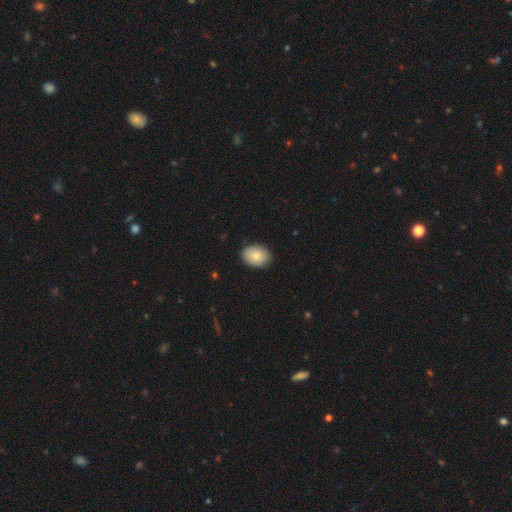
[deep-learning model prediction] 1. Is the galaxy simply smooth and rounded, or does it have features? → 84% smooth, 9% featured or disk, 7% star or artifact.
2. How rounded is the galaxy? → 69% in between, 30% round, 1% cigar-shaped.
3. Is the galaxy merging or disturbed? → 88% none, 9% minor disturbance, 2% major disturbance, 1% merger.